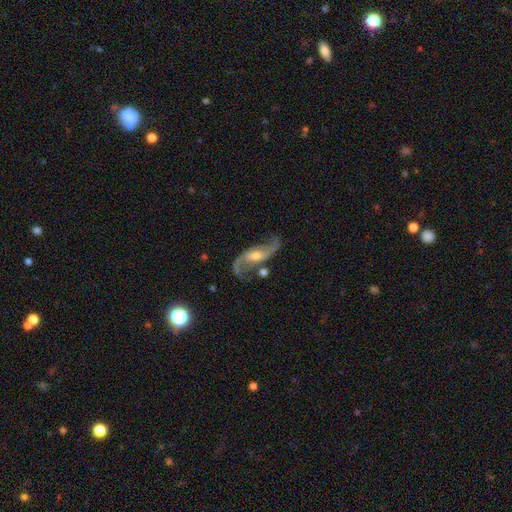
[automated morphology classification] Q: Smooth or featured?
A: featured or disk (90%); runner-up: star or artifact (6%)
Q: Edge-on disk?
A: no (94%); runner-up: yes (6%)
Q: Bar?
A: weak (40%); runner-up: no (38%)
Q: Spiral arms?
A: yes (97%); runner-up: no (3%)
Q: Spiral winding?
A: loose (76%); runner-up: medium (19%)
Q: Spiral arm count?
A: 2 (94%); runner-up: can't tell (2%)
Q: Bulge size?
A: moderate (51%); runner-up: small (42%)
Q: Merging?
A: none (72%); runner-up: minor disturbance (14%)